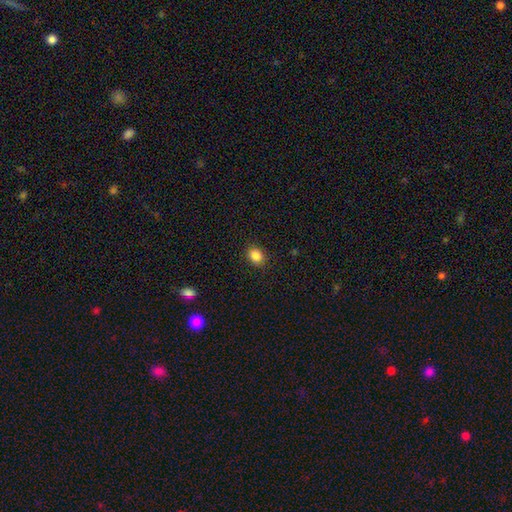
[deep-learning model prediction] A smooth galaxy with no disk features (86%) that is round (56%). Merging: none (88%).